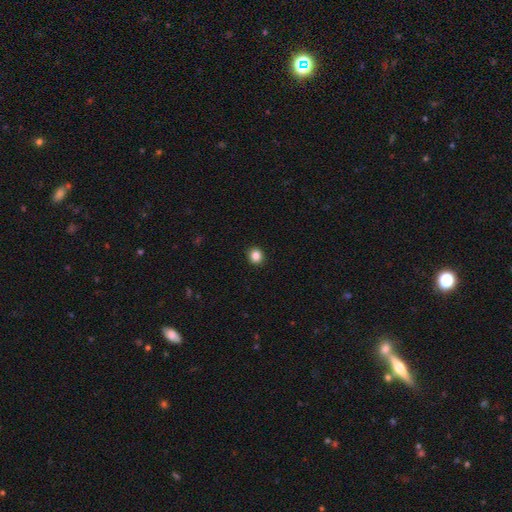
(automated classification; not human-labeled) smooth 86%, star or artifact 10%, featured or disk 4%. Down the decision tree: how rounded — round (83%); merging — none (93%).